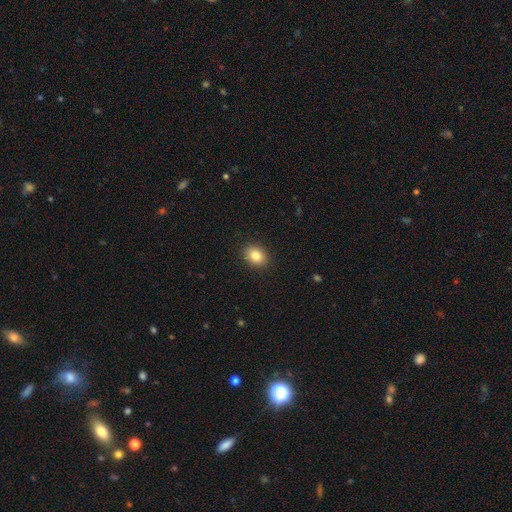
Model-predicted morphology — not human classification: Smooth or featured? smooth (84%)
How rounded? in between (56%)
Merging? none (90%)